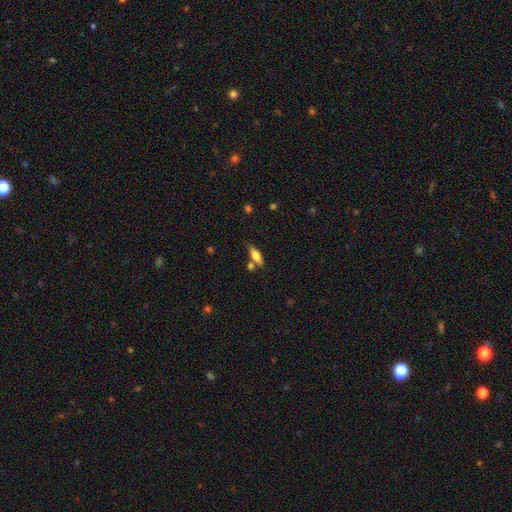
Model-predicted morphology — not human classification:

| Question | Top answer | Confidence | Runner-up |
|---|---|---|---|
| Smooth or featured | smooth | 69% | featured or disk (23%) |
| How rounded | in between | 57% | cigar-shaped (41%) |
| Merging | none | 65% | merger (16%) |